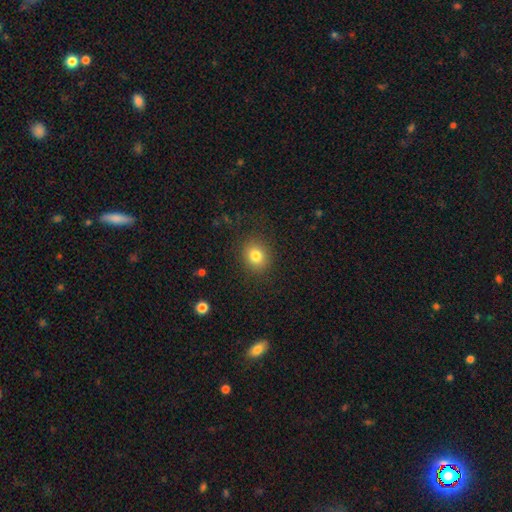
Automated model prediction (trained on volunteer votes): This appears to be a smooth galaxy with no disk features (80%) that is round (73%). Merging: none (87%).